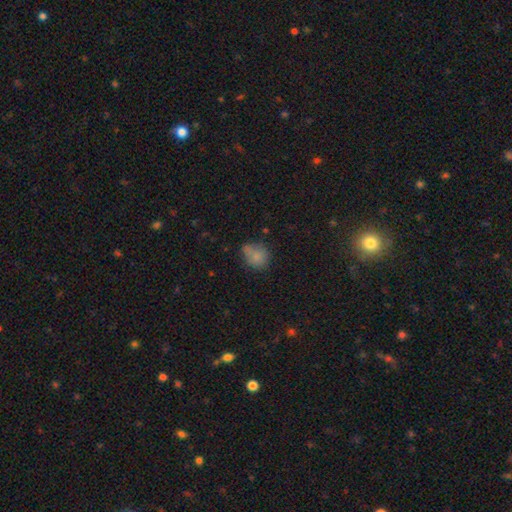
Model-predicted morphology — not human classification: smooth-or-featured: smooth: 77% | featured or disk: 11% | star or artifact: 11%
  how-rounded: round: 66% | in between: 33% | cigar-shaped: 1%
  merging: none: 51% | minor disturbance: 25% | merger: 15% | major disturbance: 9%